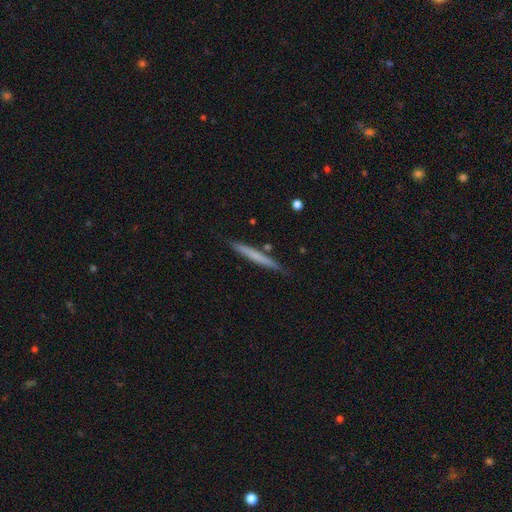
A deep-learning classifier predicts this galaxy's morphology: smooth 57%, featured or disk 37%, star or artifact 6%. Down the decision tree: how rounded — cigar-shaped (97%); merging — none (86%).